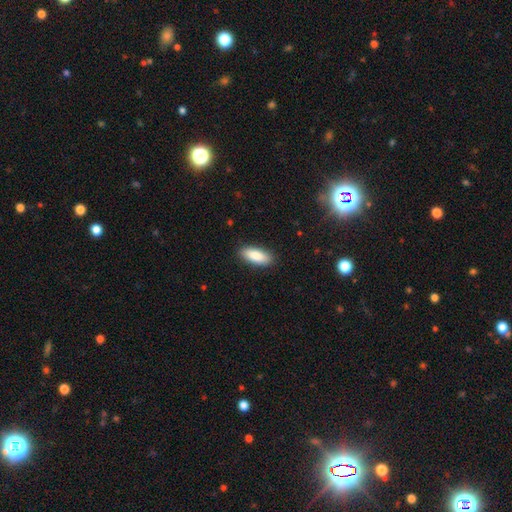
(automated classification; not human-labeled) Q: Smooth or featured?
A: smooth (87%); runner-up: featured or disk (7%)
Q: How rounded?
A: in between (78%); runner-up: cigar-shaped (20%)
Q: Merging?
A: none (88%); runner-up: minor disturbance (9%)